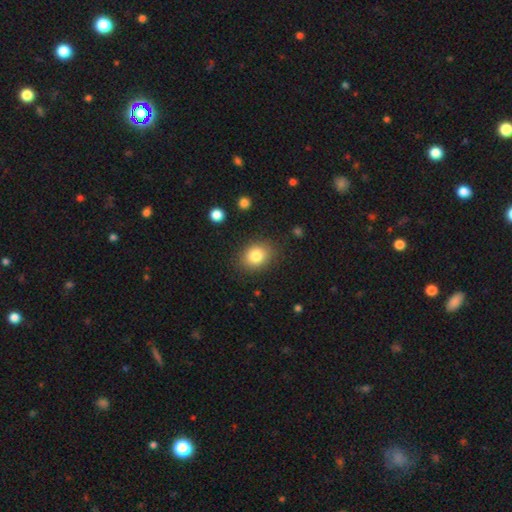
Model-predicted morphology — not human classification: A smooth galaxy with no disk features (82%) that is round (50%). Merging: none (84%).